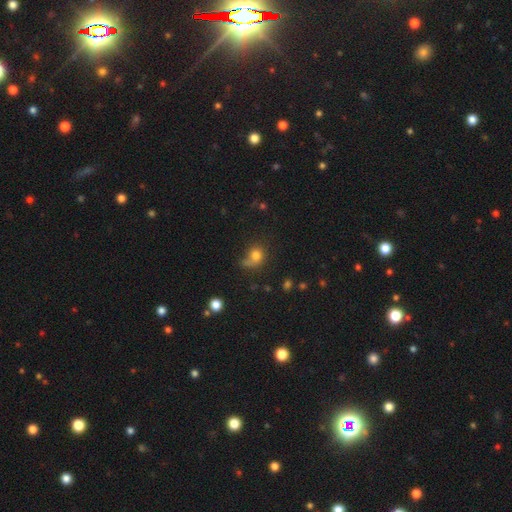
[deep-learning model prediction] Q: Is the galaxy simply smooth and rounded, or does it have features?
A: smooth — 75%.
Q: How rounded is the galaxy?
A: round — 73%.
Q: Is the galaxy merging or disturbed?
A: none — 45%.